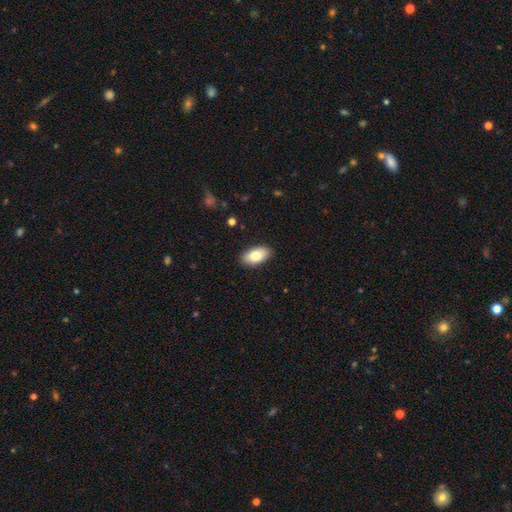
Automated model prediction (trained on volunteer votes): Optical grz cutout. It shows a smooth galaxy with no disk features (81%) that is in between round and cigar-shaped (94%). Merging: none (89%).